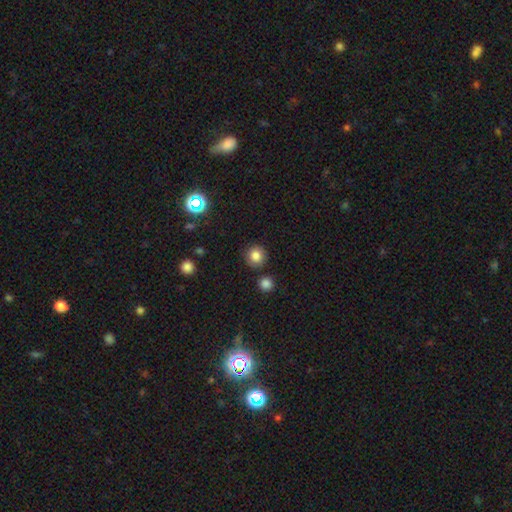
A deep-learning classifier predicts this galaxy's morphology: type=smooth (83%); roundness=round (91%); merging=none (85%).